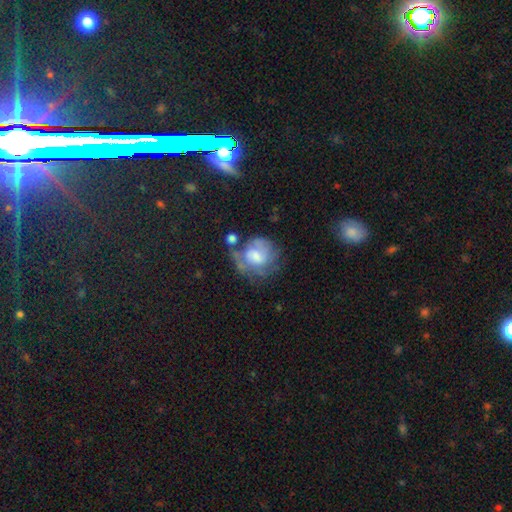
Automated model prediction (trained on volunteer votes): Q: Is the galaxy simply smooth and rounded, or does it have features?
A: featured or disk — 47%.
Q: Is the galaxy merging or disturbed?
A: none — 44%.